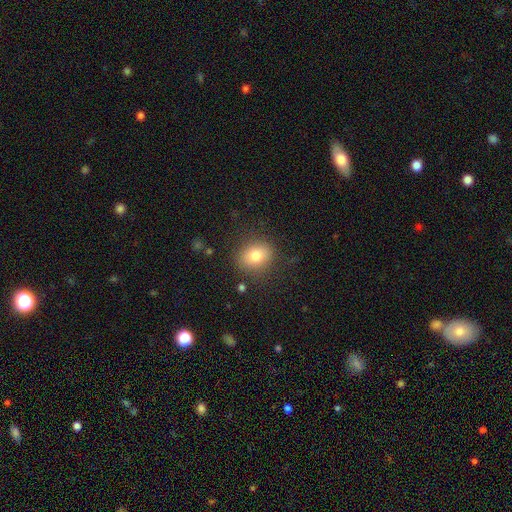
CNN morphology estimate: type=smooth (79%); roundness=round (52%); merging=none (84%).